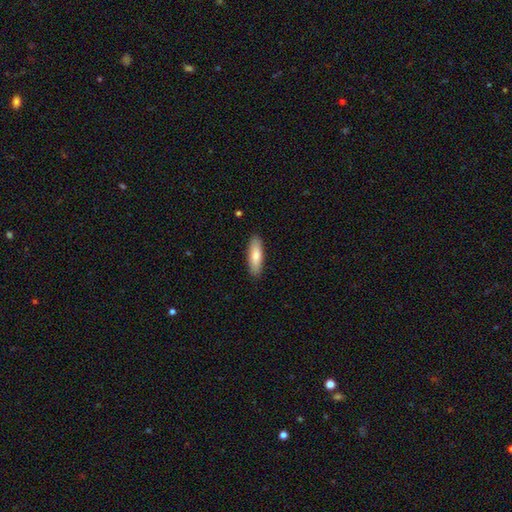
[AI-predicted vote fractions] Q: Smooth or featured?
A: smooth (79%); runner-up: featured or disk (15%)
Q: How rounded?
A: in between (50%); runner-up: cigar-shaped (48%)
Q: Merging?
A: none (89%); runner-up: minor disturbance (8%)